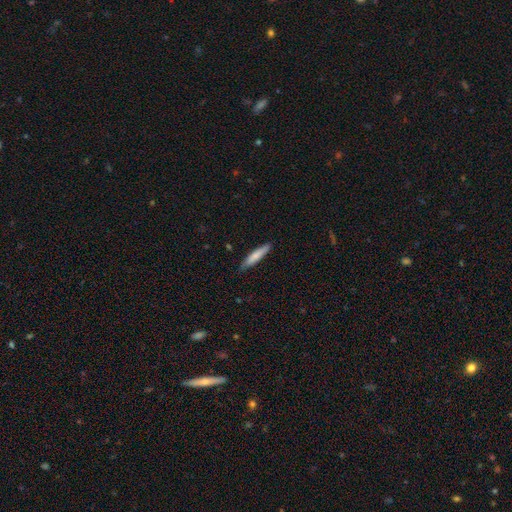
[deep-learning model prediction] This is likely a smooth galaxy (76%). How rounded: clearly cigar-shaped (88%). Merging: clearly none (82%).